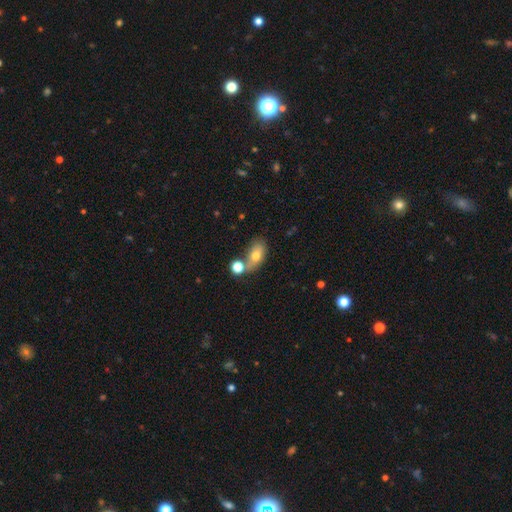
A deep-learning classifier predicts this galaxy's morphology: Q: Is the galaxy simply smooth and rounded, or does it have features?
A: smooth — 72%.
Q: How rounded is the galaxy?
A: in between — 84%.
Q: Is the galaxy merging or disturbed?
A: none — 47%.